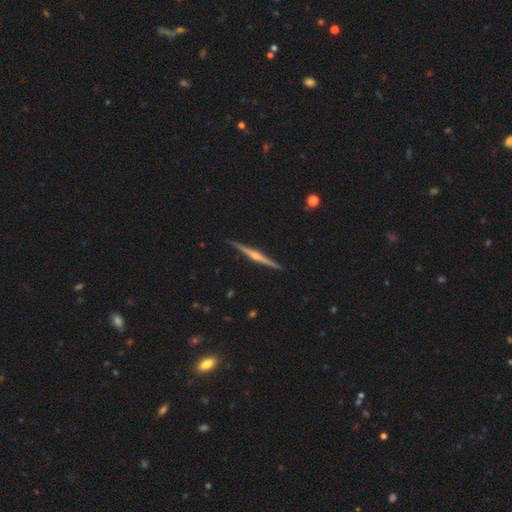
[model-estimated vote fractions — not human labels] This appears to be a featured or disk galaxy (82%) viewed edge-on (99%) with a rounded central bulge (84%). Merging: none (92%).